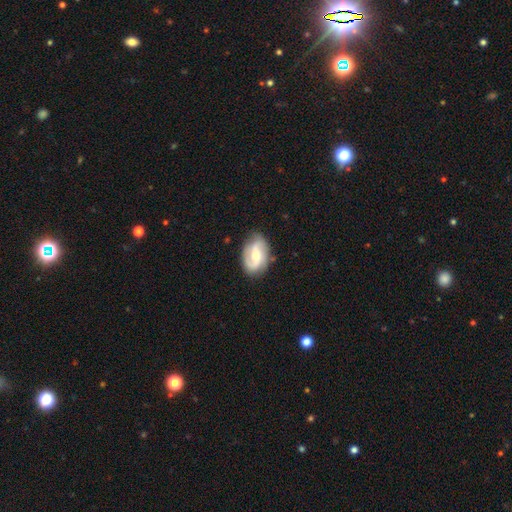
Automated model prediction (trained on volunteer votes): Smooth or featured? Predicted: featured or disk (p=0.75). Edge-on disk? Predicted: no (p=0.97). Bar? Predicted: weak (p=0.44). Spiral arms? Predicted: yes (p=0.91). Spiral winding? Predicted: medium (p=0.43). Spiral arm count? Predicted: 2 (p=0.84). Bulge size? Predicted: moderate (p=0.62). Merging? Predicted: none (p=0.78).